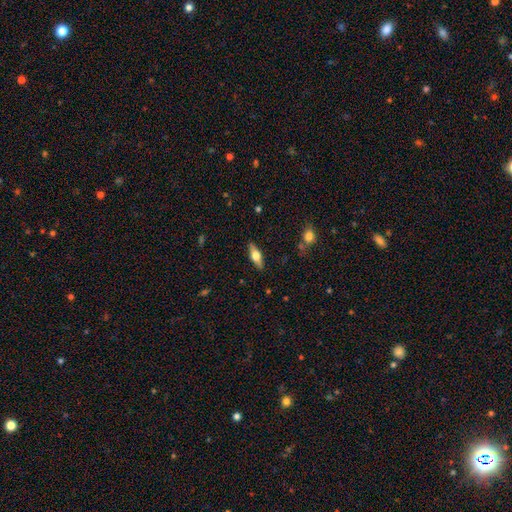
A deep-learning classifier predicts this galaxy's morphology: A featured or disk galaxy (48%). Merging: none (87%).